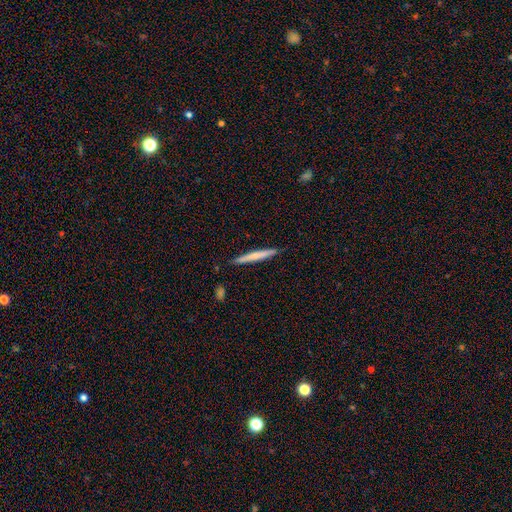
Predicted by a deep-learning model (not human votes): A smooth galaxy with no disk features (61%) that is cigar-shaped (96%). Merging: none (90%).